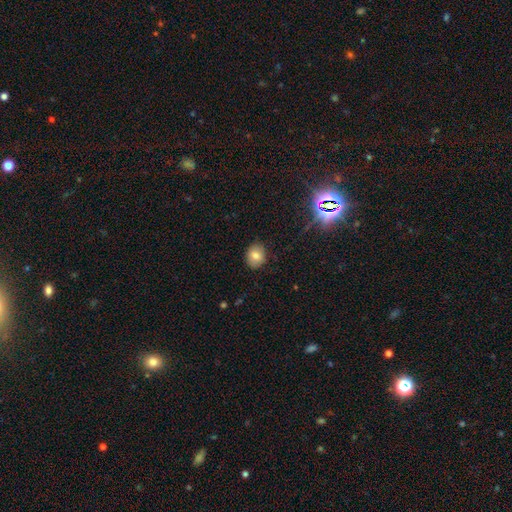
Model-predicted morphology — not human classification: smooth 78%, star or artifact 12%, featured or disk 10%. Down the decision tree: how rounded — round (64%); merging — none (87%).